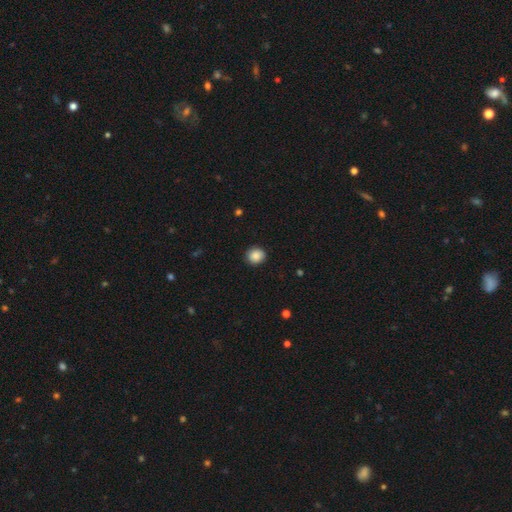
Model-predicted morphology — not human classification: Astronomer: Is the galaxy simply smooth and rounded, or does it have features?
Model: smooth — 88%.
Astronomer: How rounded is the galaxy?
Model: round — 81%.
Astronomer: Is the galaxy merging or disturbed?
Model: none — 88%.